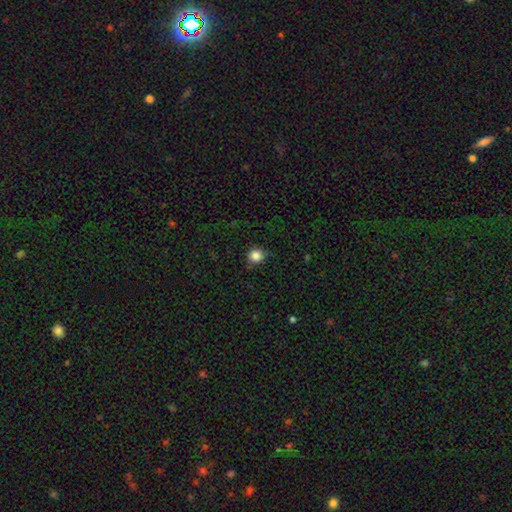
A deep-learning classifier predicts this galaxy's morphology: Q: Smooth or featured?
A: smooth (84%); runner-up: star or artifact (11%)
Q: How rounded?
A: round (91%); runner-up: in between (8%)
Q: Merging?
A: none (80%); runner-up: minor disturbance (15%)